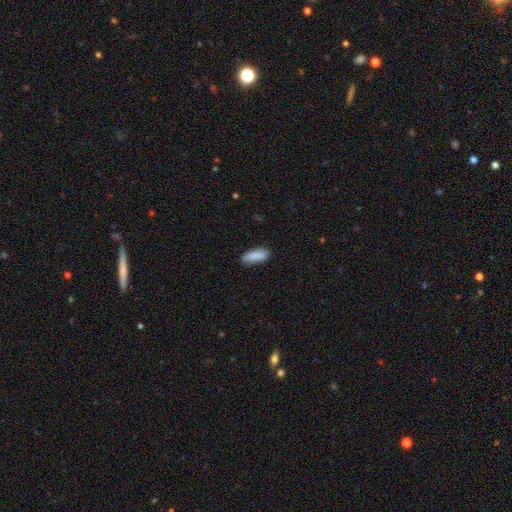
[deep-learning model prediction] Q: Smooth or featured?
A: smooth (88%); runner-up: star or artifact (6%)
Q: How rounded?
A: in between (75%); runner-up: cigar-shaped (23%)
Q: Merging?
A: none (84%); runner-up: minor disturbance (13%)